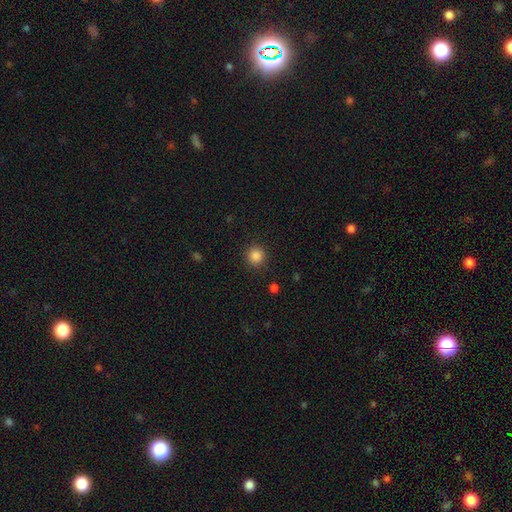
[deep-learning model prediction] Smooth or featured: smooth — 86% (star or artifact — 11%)
How rounded: round — 93% (in between — 6%)
Merging: none — 90% (minor disturbance — 6%)